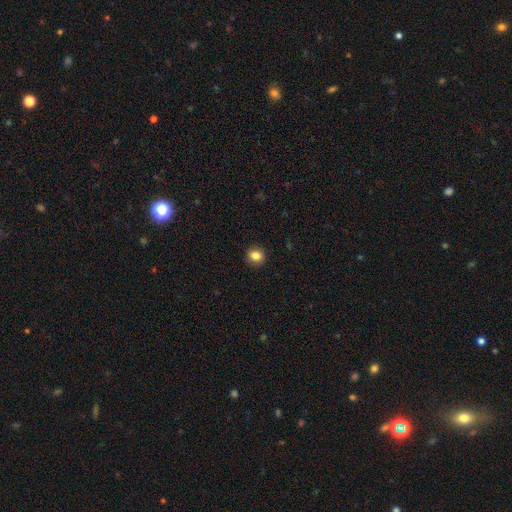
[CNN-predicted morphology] Smooth or featured? smooth (84%)
How rounded? round (78%)
Merging? none (90%)